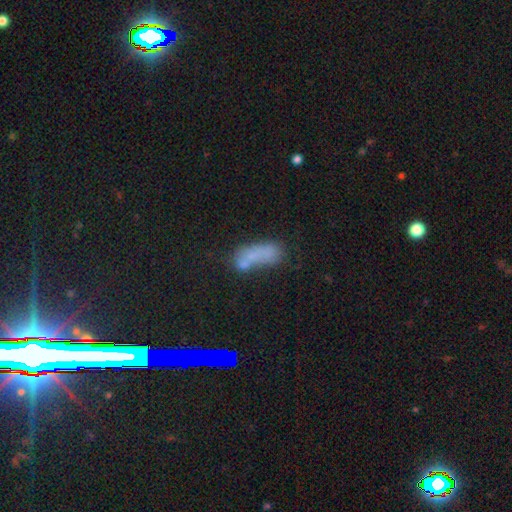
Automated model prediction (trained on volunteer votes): Q: Smooth or featured?
A: smooth (55%); runner-up: star or artifact (23%)
Q: How rounded?
A: in between (71%); runner-up: cigar-shaped (22%)
Q: Merging?
A: none (39%); runner-up: merger (27%)